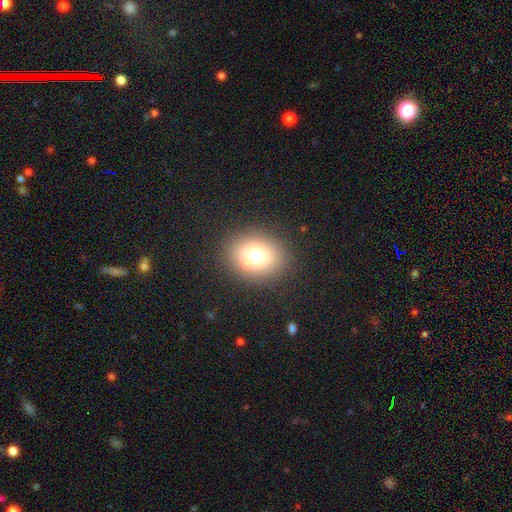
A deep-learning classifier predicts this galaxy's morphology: smooth-or-featured: smooth: 69% | star or artifact: 17% | featured or disk: 14%
  how-rounded: round: 62% | in between: 38% | cigar-shaped: 1%
  merging: none: 80% | minor disturbance: 9% | merger: 7% | major disturbance: 4%